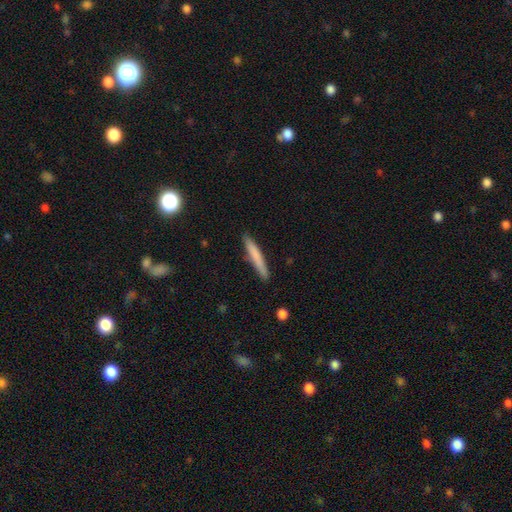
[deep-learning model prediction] Smooth or featured? Predicted: smooth (p=0.72). How rounded? Predicted: cigar-shaped (p=0.96). Merging? Predicted: none (p=0.87).